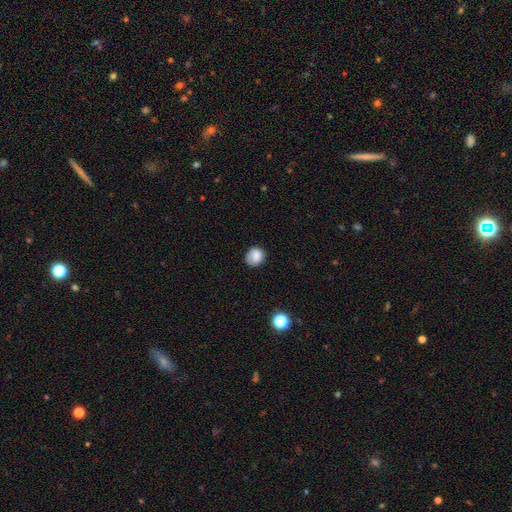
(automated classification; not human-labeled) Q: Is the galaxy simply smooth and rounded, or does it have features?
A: smooth — 84%.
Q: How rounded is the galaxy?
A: round — 81%.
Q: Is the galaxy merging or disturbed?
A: none — 77%.